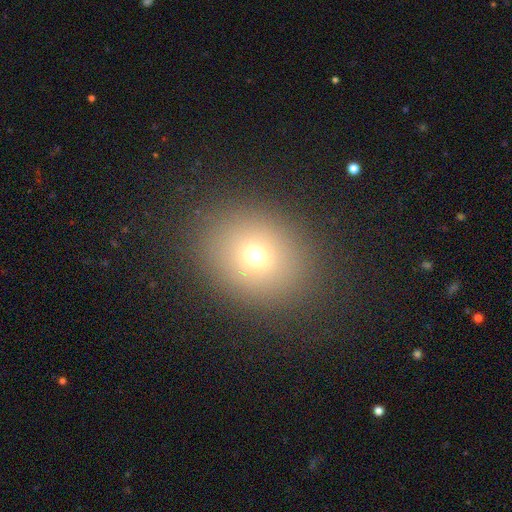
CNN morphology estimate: This appears to be a smooth galaxy with no disk features (69%) that is round (61%). Merging: none (86%).